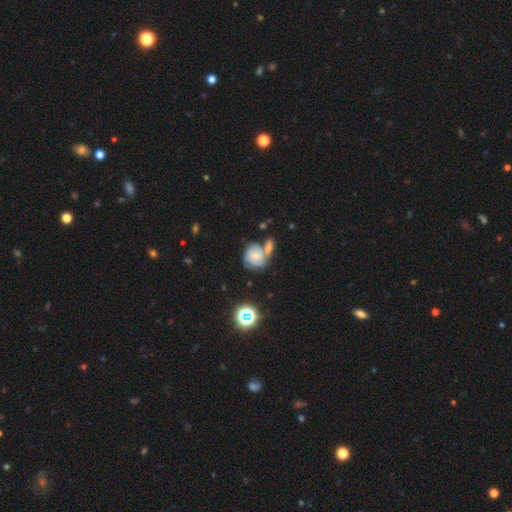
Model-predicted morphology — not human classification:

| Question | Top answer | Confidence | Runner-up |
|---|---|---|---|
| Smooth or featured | featured or disk | 56% | smooth (33%) |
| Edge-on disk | no | 97% | yes (3%) |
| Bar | no | 68% | weak (26%) |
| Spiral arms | yes | 82% | no (18%) |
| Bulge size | small | 49% | moderate (40%) |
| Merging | none | 38% | merger (37%) |